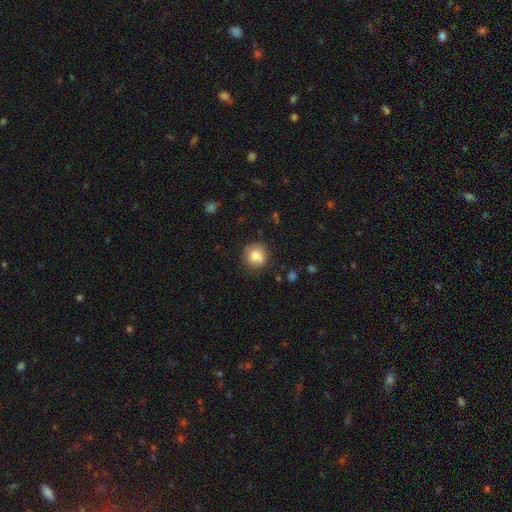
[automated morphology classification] Smooth or featured? smooth (79%)
How rounded? round (91%)
Merging? none (79%)